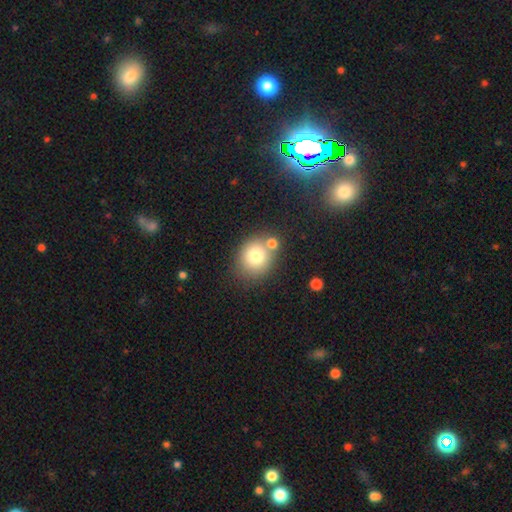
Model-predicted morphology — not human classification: type=smooth (76%); roundness=round (73%); merging=none (63%).